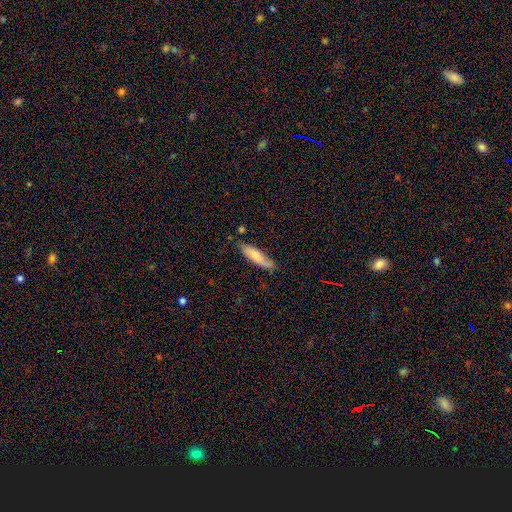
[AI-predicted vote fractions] Smooth or featured? smooth (72%)
How rounded? cigar-shaped (65%)
Merging? none (71%)